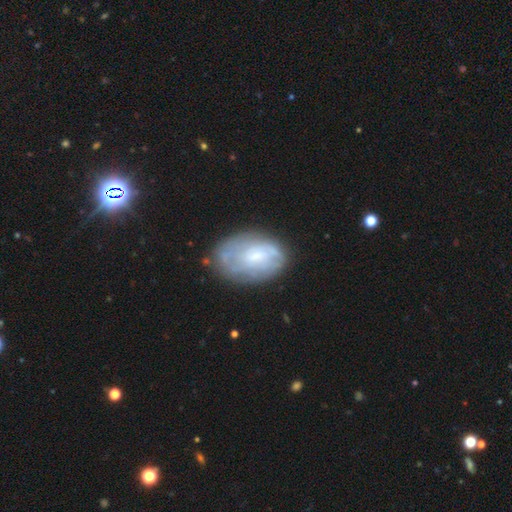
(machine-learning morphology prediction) This appears to be a smooth galaxy with no disk features (46%, tied with featured or disk). Merging: none (64%).